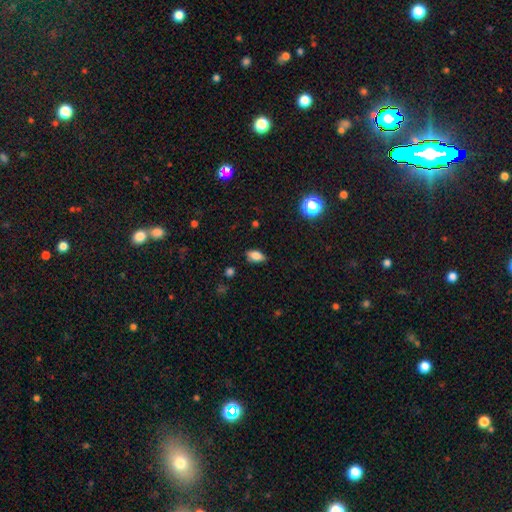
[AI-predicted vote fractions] This is clearly a smooth galaxy (82%). How rounded: clearly in between (89%). Merging: likely none (79%).